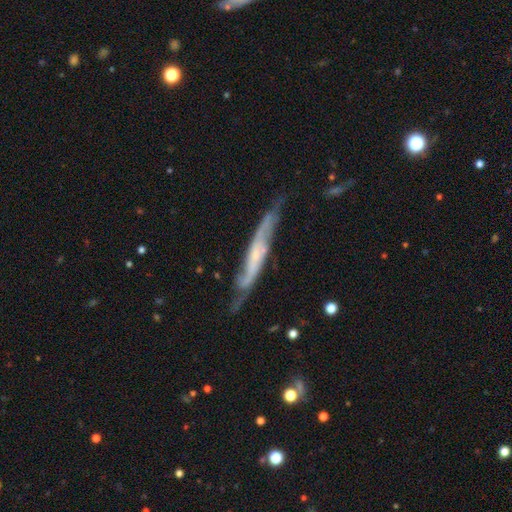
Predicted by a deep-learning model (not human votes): Smooth or featured? Predicted: featured or disk (p=0.77). Edge-on disk? Predicted: yes (p=0.55). Merging? Predicted: none (p=0.60).